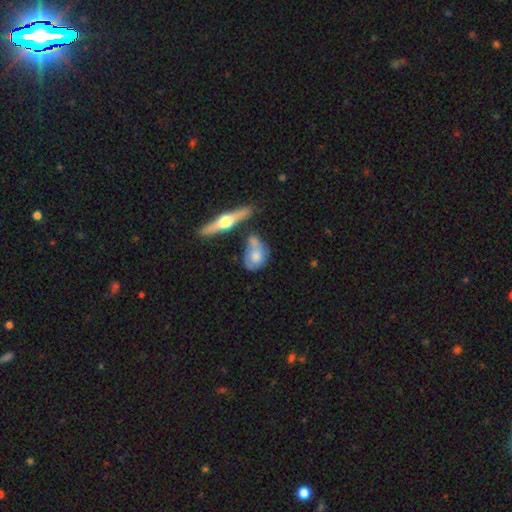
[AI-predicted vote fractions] Smooth or featured: smooth — 51% (featured or disk — 43%)
How rounded: in between — 66% (round — 26%)
Merging: none — 47% (minor disturbance — 24%)